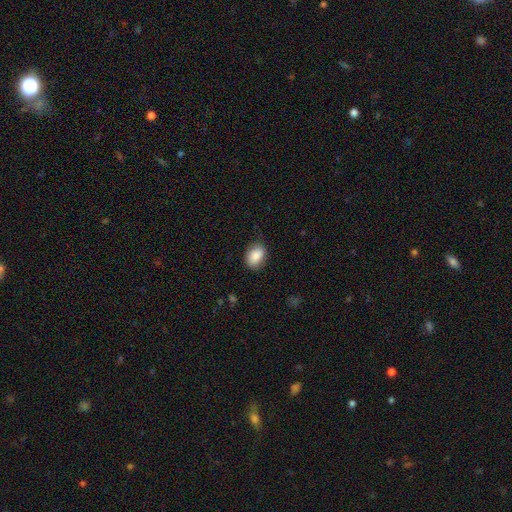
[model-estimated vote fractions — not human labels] Overall: smooth (87%). How rounded: in between (80%). Merging: none (79%).